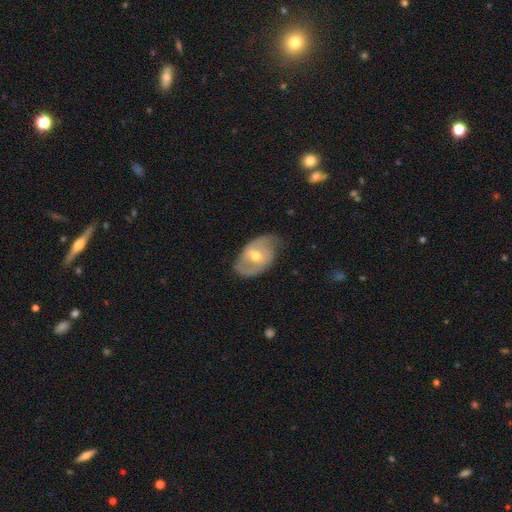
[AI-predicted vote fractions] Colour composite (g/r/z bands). It shows a featured or disk galaxy (70%) with a weak bar (49%), 2 (76%) medium (43%) spiral arms (81%) and a moderate central bulge (66%). Merging: none (61%).